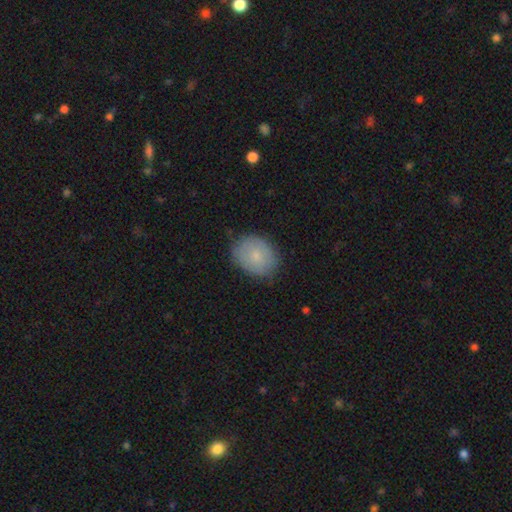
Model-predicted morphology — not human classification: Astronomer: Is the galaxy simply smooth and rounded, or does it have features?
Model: smooth — 76%.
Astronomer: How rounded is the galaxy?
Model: in between — 54% (runner-up: round, 45%).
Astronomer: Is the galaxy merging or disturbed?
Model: none — 77%.